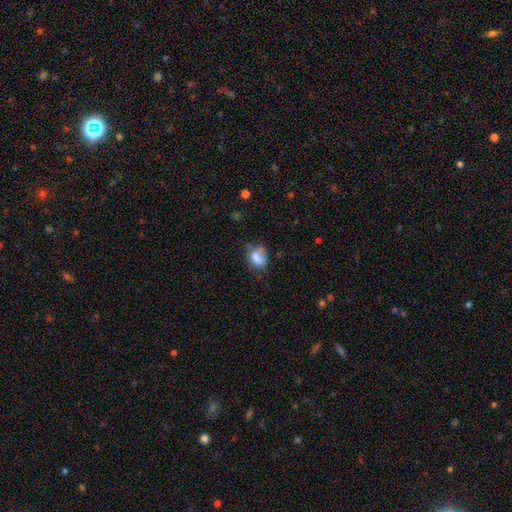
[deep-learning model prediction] This is likely a smooth galaxy (75%). How rounded: likely in between (65%). Merging: marginally none (41%).